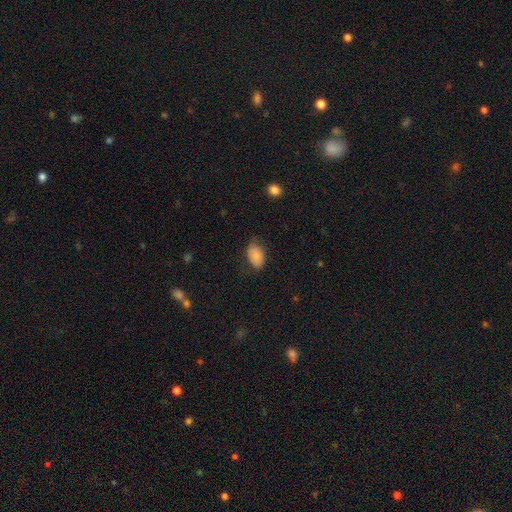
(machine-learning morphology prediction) smooth 83%, featured or disk 10%, star or artifact 7%. Down the decision tree: how rounded — in between (91%); merging — none (69%).